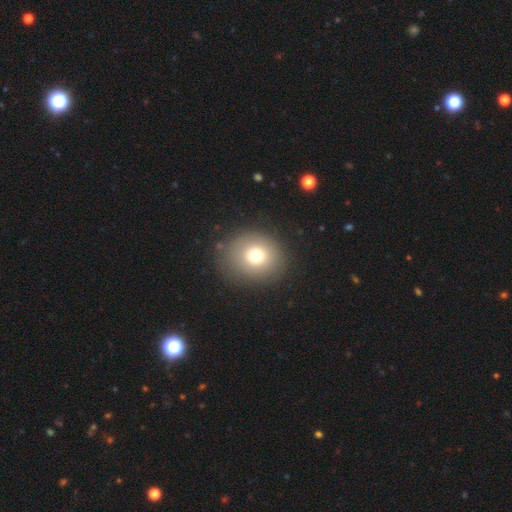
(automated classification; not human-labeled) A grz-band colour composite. It shows a smooth galaxy with no disk features (73%) that is round (77%). Merging: none (84%).